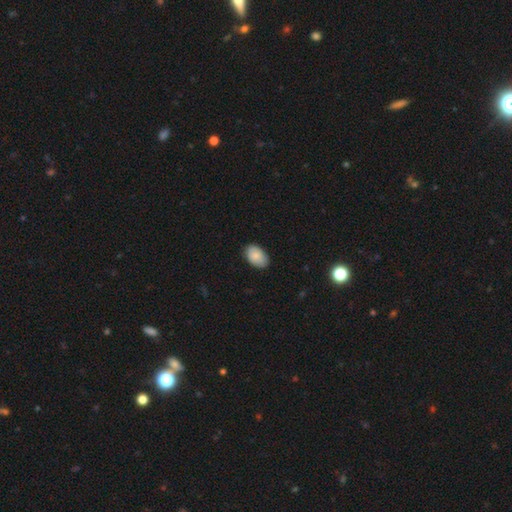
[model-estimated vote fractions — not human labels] Smooth or featured? Predicted: smooth (p=0.86). How rounded? Predicted: in between (p=0.90). Merging? Predicted: none (p=0.85).